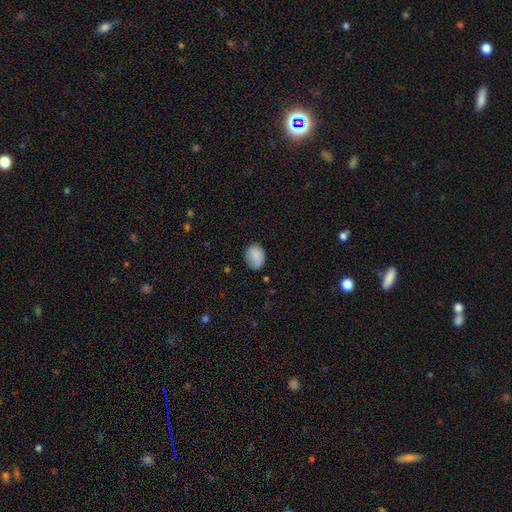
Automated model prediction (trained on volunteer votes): A smooth galaxy with no disk features (86%) that is in between round and cigar-shaped (64%). Merging: none (70%).